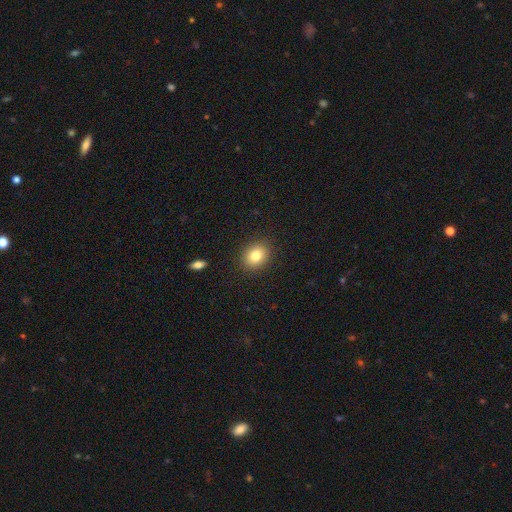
This is clearly a smooth galaxy (85%). How rounded: possibly in between (55%). Merging: clearly none (84%).